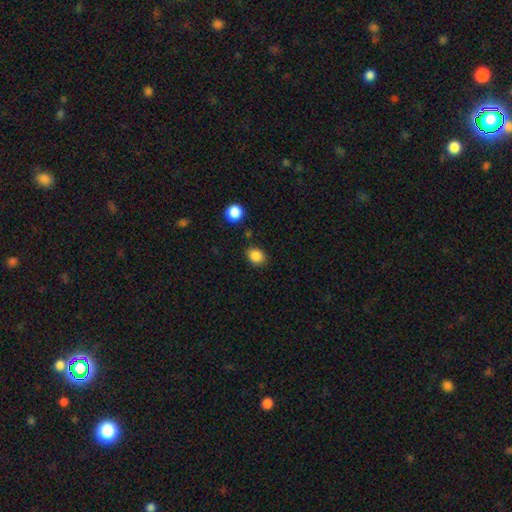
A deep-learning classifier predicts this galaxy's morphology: smooth_or_featured: smooth (p=0.86) [alt: star or artifact p=0.10]
how_rounded: round (p=0.54) [alt: in between p=0.45]
merging: none (p=0.83) [alt: minor disturbance p=0.11]